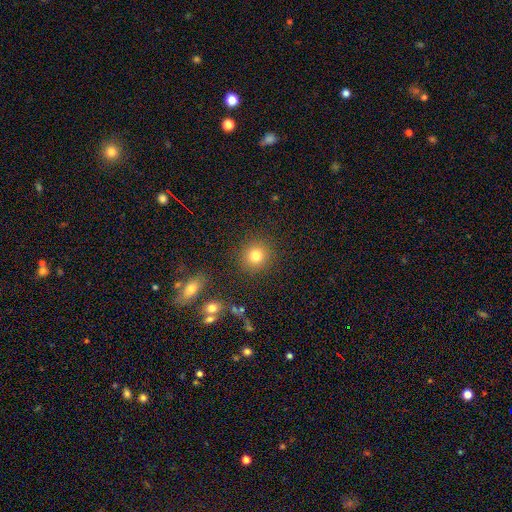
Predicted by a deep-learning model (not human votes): Smooth or featured: smooth — 79% (star or artifact — 14%)
How rounded: round — 89% (in between — 10%)
Merging: none — 88% (minor disturbance — 7%)